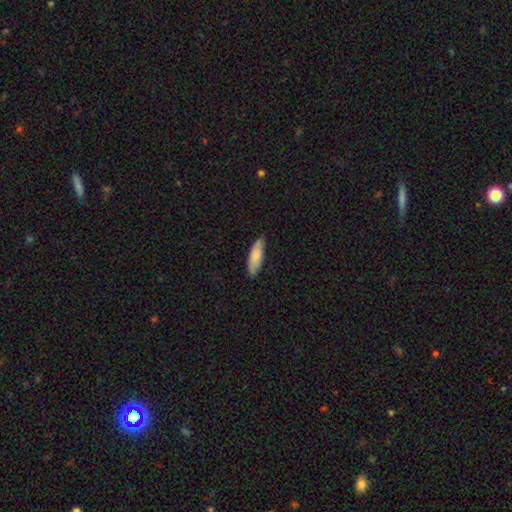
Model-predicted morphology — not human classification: Q: Smooth or featured?
A: smooth (82%); runner-up: featured or disk (12%)
Q: How rounded?
A: in between (56%); runner-up: cigar-shaped (42%)
Q: Merging?
A: none (81%); runner-up: minor disturbance (16%)